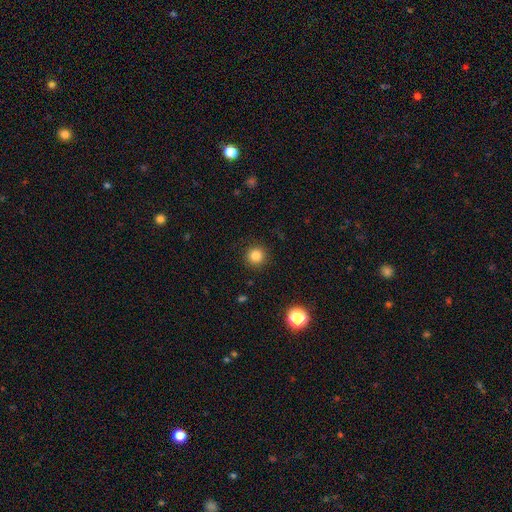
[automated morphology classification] Overall: smooth (84%). How rounded: round (94%). Merging: none (91%).